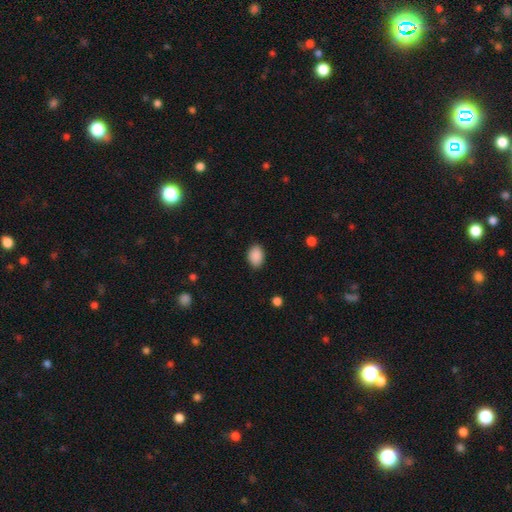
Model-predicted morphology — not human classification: This appears to be a smooth galaxy with no disk features (90%) that is in between round and cigar-shaped (81%). Merging: none (86%).